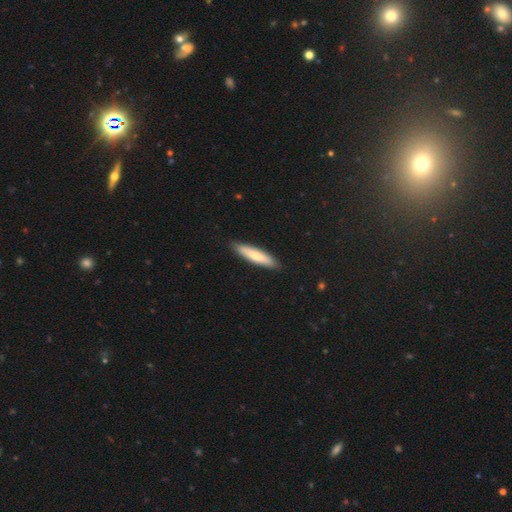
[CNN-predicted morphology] smooth_or_featured: smooth (p=0.67) [alt: featured or disk p=0.28]
how_rounded: cigar-shaped (p=0.79) [alt: in between p=0.19]
merging: none (p=0.89) [alt: minor disturbance p=0.09]